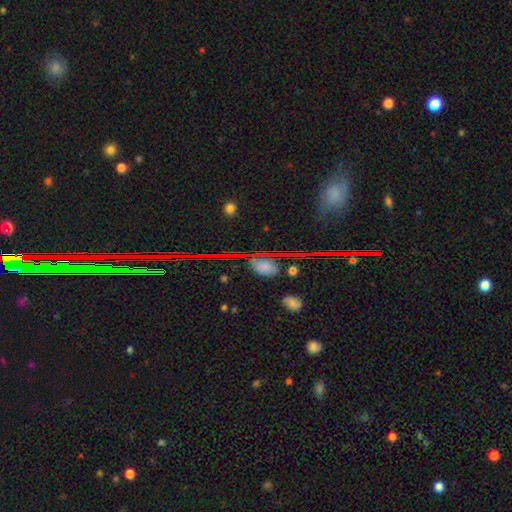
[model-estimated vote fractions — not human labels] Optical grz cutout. It shows a star or artifact, not a galaxy (69%).